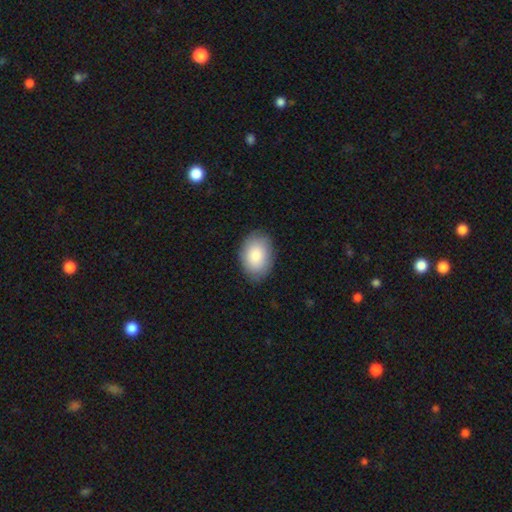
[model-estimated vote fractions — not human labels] The model was most divided on "how rounded": in between: 85%, round: 14%, cigar-shaped: 1%. More confident: smooth or featured — smooth (85%); merging — none (84%).